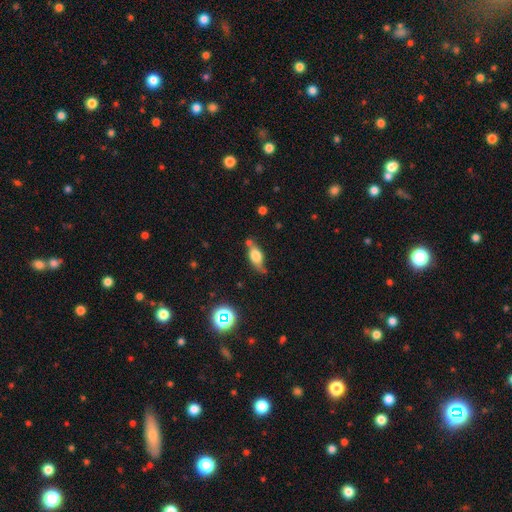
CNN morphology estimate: The model was most divided on "merging": none: 55%, minor disturbance: 27%, merger: 10%, major disturbance: 8%. More confident: how rounded — in between (73%); smooth or featured — smooth (59%).